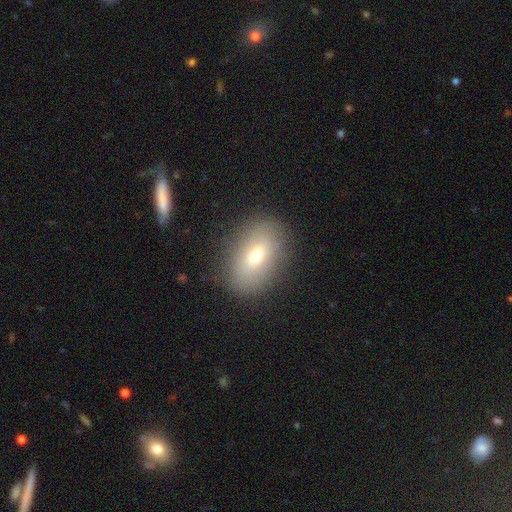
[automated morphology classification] Smooth or featured? Predicted: smooth (p=0.68). How rounded? Predicted: in between (p=0.85). Merging? Predicted: none (p=0.84).